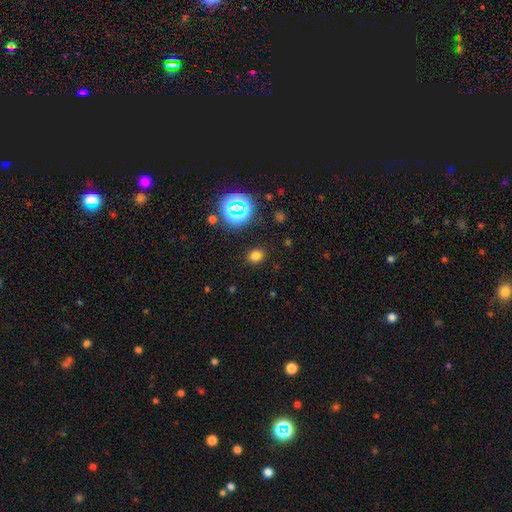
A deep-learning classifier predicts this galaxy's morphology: A smooth galaxy with no disk features (72%) that is round (58%). Merging: none (85%).